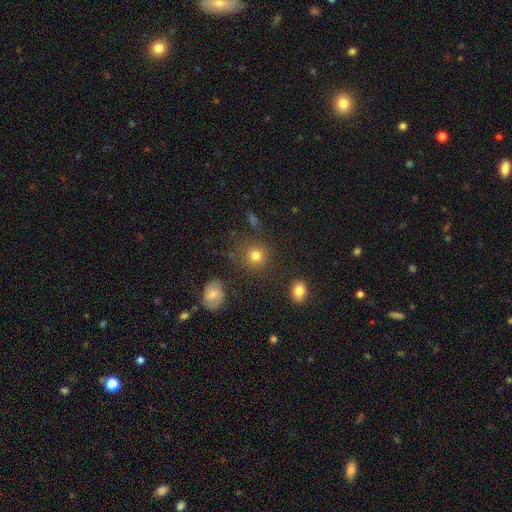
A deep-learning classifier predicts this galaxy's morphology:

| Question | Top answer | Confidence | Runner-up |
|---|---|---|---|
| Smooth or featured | smooth | 80% | star or artifact (12%) |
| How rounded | round | 89% | in between (10%) |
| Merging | none | 82% | minor disturbance (9%) |